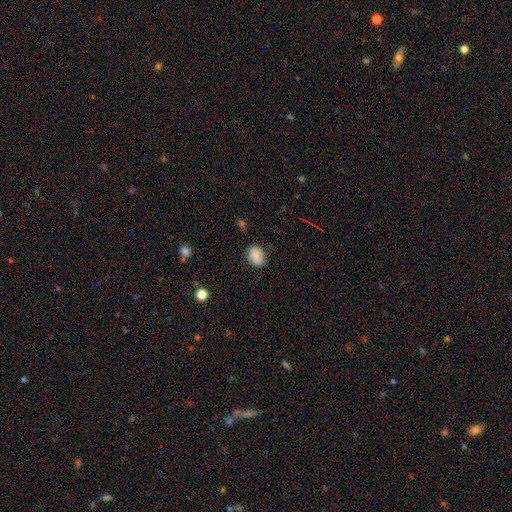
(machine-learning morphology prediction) Overall: smooth (87%). How rounded: in between (62%; round 37%). Merging: none (79%).